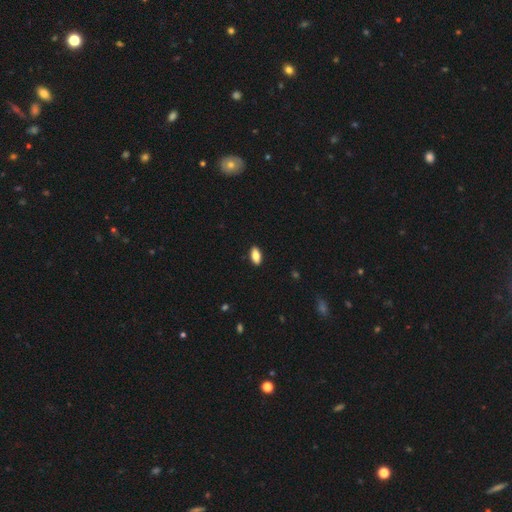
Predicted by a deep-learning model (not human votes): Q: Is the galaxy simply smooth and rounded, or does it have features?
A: smooth — 81%.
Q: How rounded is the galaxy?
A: in between — 87%.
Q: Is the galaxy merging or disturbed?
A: none — 90%.